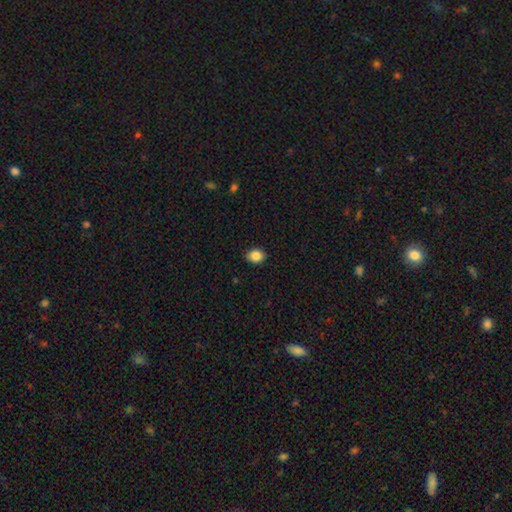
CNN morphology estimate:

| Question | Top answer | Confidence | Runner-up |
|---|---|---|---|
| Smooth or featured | smooth | 86% | star or artifact (9%) |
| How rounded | round | 51% | in between (48%) |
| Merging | none | 90% | minor disturbance (7%) |